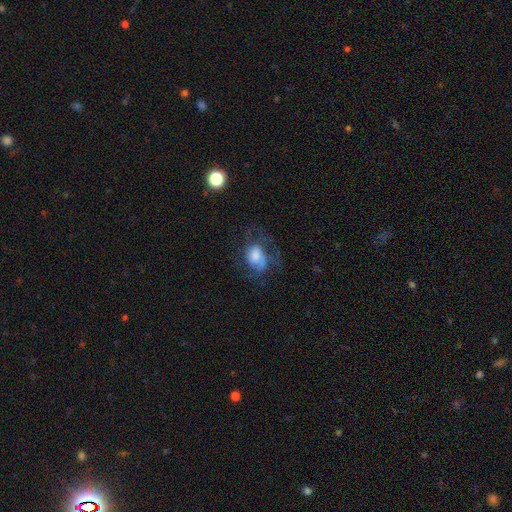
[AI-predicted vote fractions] Overall: featured or disk (59%; smooth 31%). Edge-on disk: no (97%). Bar: no (66%; weak 28%). Spiral arms: yes (78%). Bulge size: moderate (38%; large 27%). Merging: none (44%; major disturbance 33%).